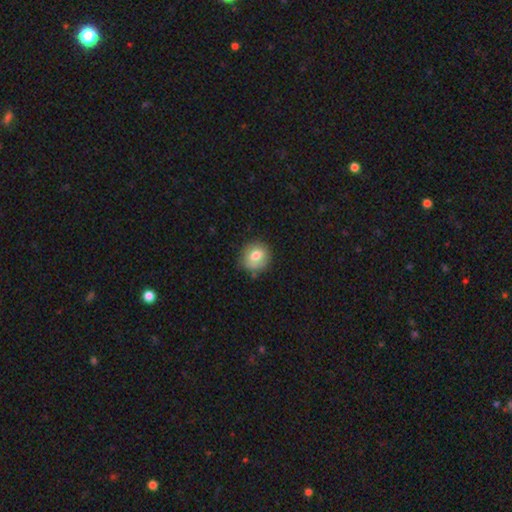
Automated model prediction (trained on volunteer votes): Smooth or featured? Predicted: smooth (p=0.75). How rounded? Predicted: round (p=0.80). Merging? Predicted: none (p=0.77).